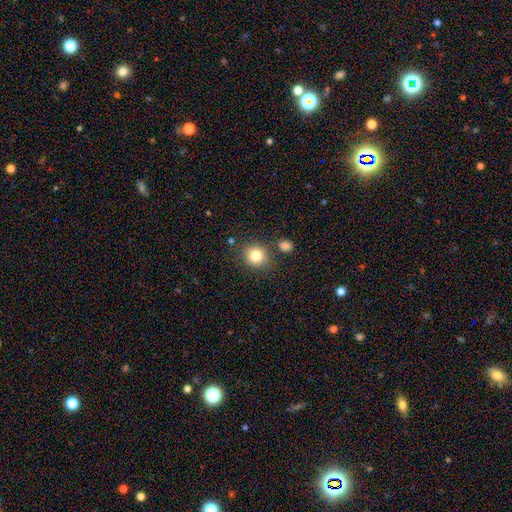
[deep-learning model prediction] This appears to be a smooth galaxy with no disk features (83%) that is round (84%). Merging: none (80%).